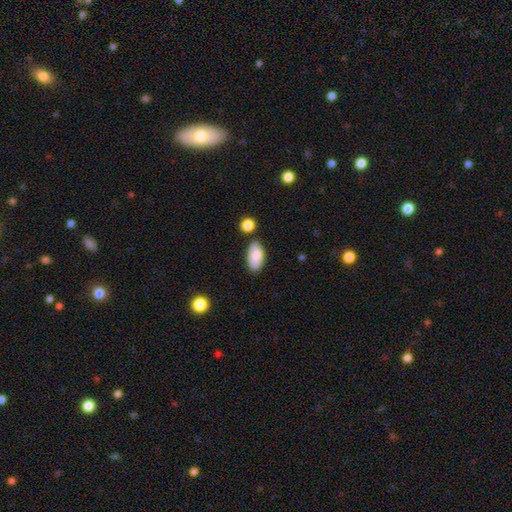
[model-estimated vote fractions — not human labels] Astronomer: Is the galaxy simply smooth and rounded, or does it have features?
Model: smooth — 85%.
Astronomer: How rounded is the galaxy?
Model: in between — 94%.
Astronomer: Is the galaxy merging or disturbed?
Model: none — 75%.